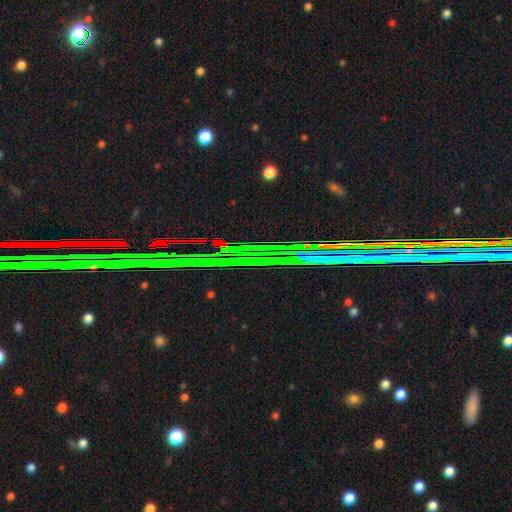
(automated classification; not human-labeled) Smooth or featured?
  - star or artifact: 86% *
  - featured or disk: 8%
  - smooth: 6%